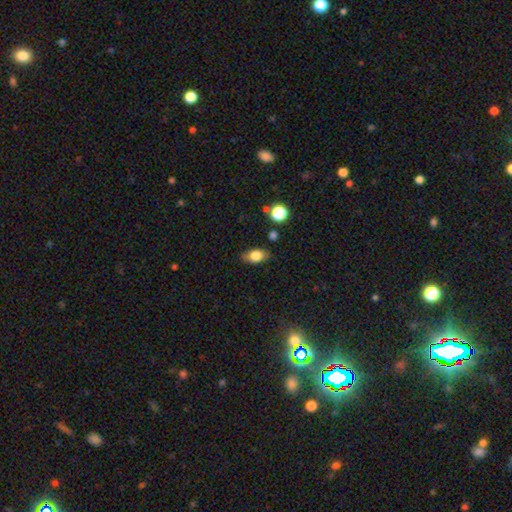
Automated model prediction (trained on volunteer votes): Smooth or featured? smooth (79%)
How rounded? in between (85%)
Merging? none (82%)